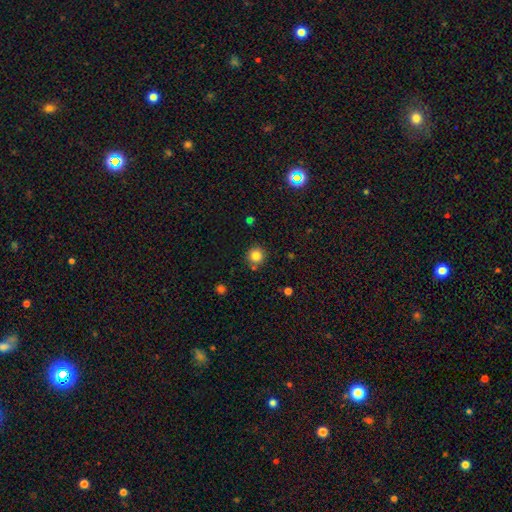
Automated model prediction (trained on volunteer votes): This appears to be a smooth galaxy with no disk features (82%) that is round (94%). Merging: none (83%).